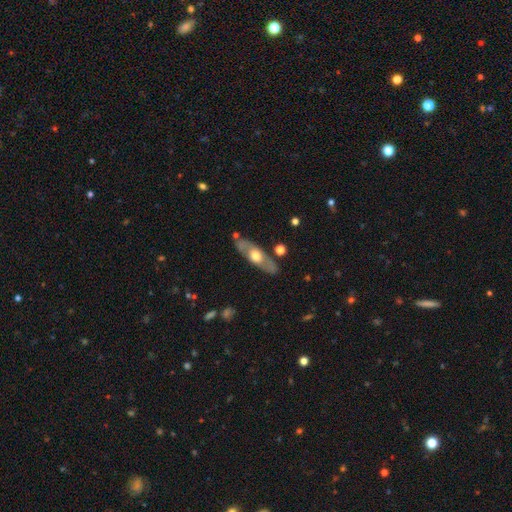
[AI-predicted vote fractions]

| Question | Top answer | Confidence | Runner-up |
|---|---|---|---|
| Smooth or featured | featured or disk | 58% | smooth (37%) |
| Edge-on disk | no | 54% | yes (46%) |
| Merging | none | 81% | minor disturbance (13%) |